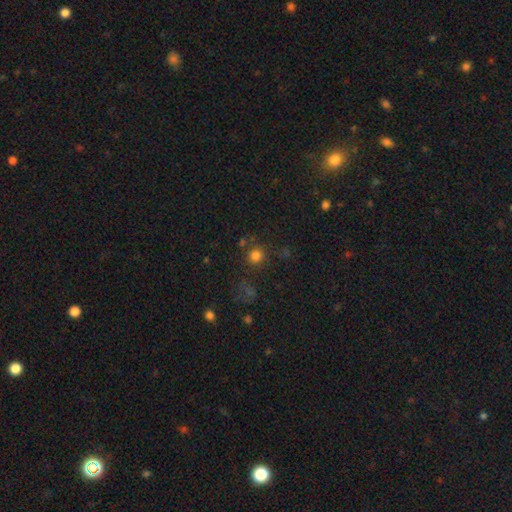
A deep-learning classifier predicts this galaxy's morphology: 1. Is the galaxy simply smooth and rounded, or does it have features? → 77% smooth, 17% star or artifact, 6% featured or disk.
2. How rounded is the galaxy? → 92% round, 7% in between, 1% cigar-shaped.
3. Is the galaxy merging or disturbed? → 78% none, 10% minor disturbance, 7% merger, 5% major disturbance.